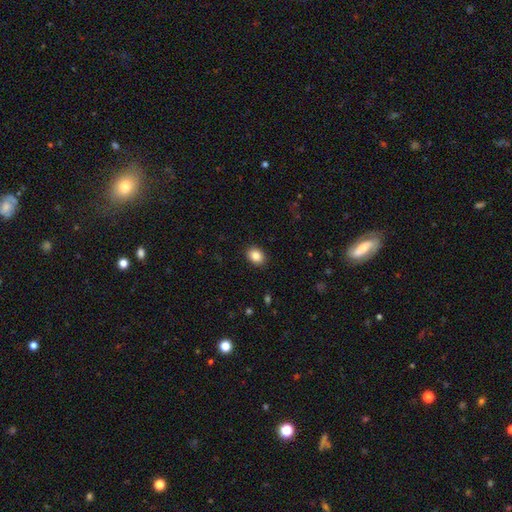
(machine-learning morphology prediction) Smooth or featured: smooth — 86% (star or artifact — 8%)
How rounded: in between — 68% (round — 31%)
Merging: none — 90% (minor disturbance — 7%)